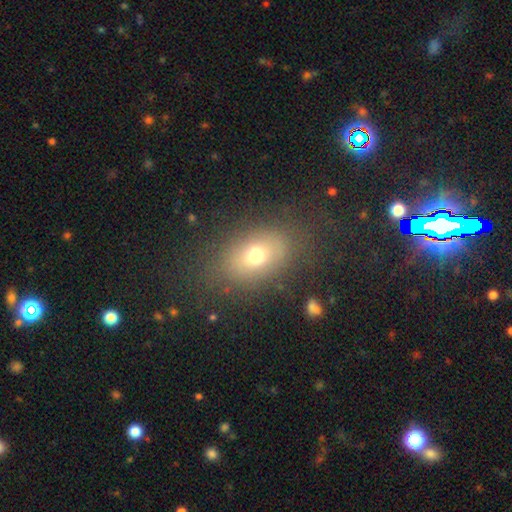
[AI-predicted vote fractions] smooth 67%, featured or disk 20%, star or artifact 13%. Down the decision tree: how rounded — in between (79%); merging — none (74%).